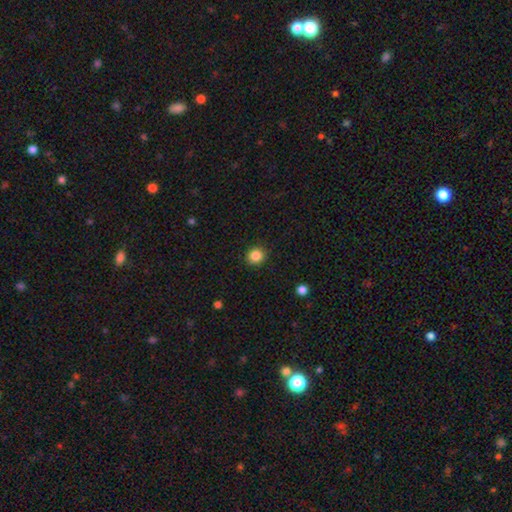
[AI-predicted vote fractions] A smooth galaxy with no disk features (86%) that is round (89%).

Vote fractions:
- Smooth or featured? smooth: 86% / star or artifact: 10% / featured or disk: 4%
- How rounded? round: 89% / in between: 11% / cigar-shaped: 1%
- Merging? none: 91% / minor disturbance: 6% / major disturbance: 2% / merger: 1%